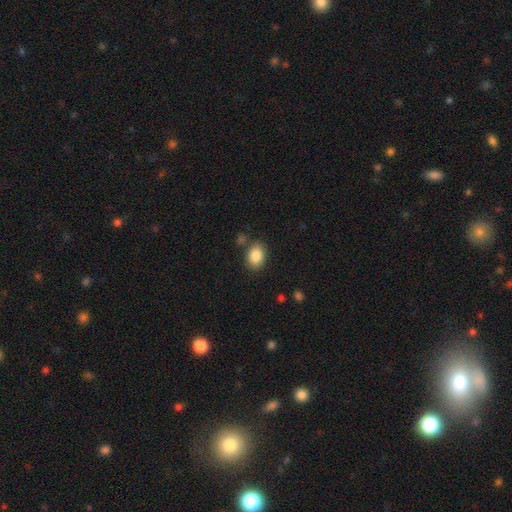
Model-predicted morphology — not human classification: smooth-or-featured: smooth: 86% | star or artifact: 8% | featured or disk: 6%
  how-rounded: in between: 74% | round: 25% | cigar-shaped: 1%
  merging: none: 80% | minor disturbance: 12% | merger: 5% | major disturbance: 3%